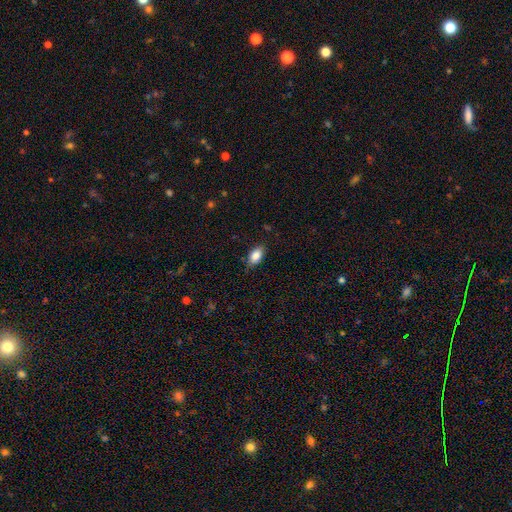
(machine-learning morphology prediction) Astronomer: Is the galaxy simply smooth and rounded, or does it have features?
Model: smooth — 86%.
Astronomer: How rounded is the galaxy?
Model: in between — 90%.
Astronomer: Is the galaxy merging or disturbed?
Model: none — 81%.